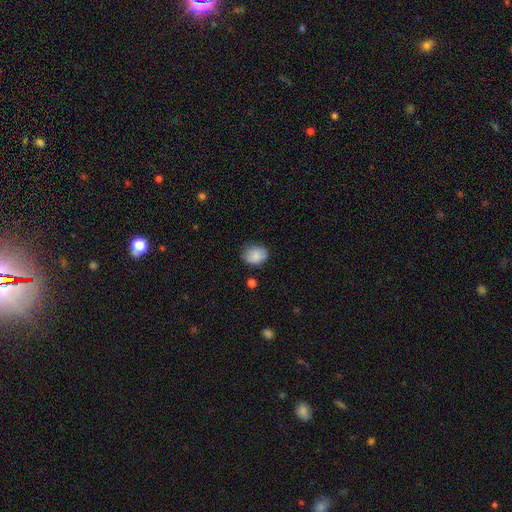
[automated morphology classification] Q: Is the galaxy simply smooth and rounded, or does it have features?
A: smooth — 84%.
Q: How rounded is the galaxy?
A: in between — 50%.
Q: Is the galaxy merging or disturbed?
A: none — 72%.